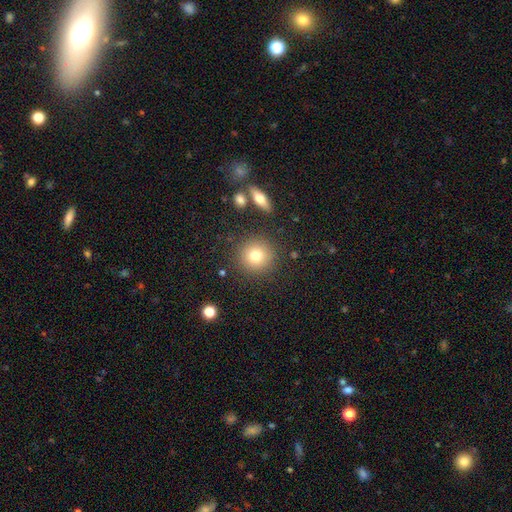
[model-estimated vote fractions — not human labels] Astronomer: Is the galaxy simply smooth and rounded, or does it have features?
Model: smooth — 78%.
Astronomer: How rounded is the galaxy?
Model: round — 93%.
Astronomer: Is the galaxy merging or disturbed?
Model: none — 86%.